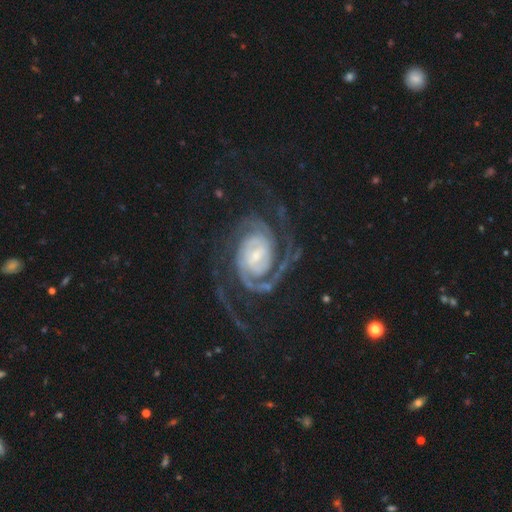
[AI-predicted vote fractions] A featured or disk galaxy (92%) with a weak bar (44%), 2 (61%) tight (53%) spiral arms (98%) and a small central bulge (54%). Merging: none (67%).